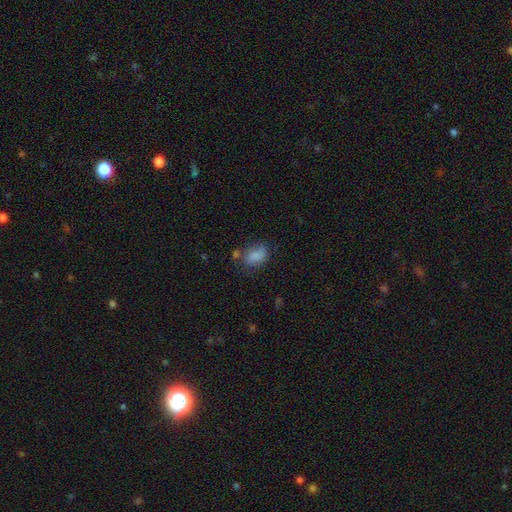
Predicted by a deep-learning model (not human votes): A smooth galaxy with no disk features (82%) that is in between round and cigar-shaped (79%). Merging: none (57%).